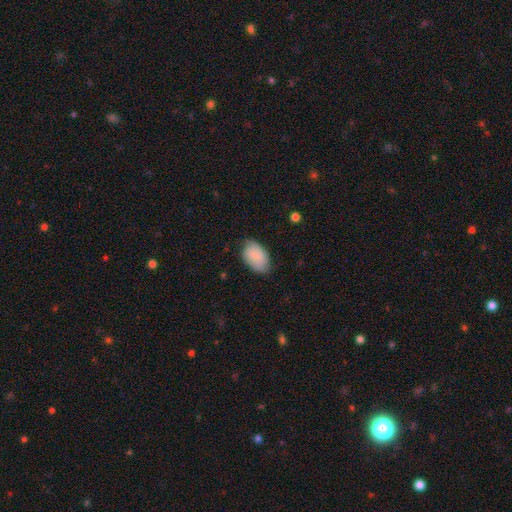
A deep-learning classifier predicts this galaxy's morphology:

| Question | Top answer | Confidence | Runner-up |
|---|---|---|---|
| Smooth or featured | smooth | 80% | featured or disk (14%) |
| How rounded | in between | 91% | round (7%) |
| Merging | none | 70% | minor disturbance (25%) |